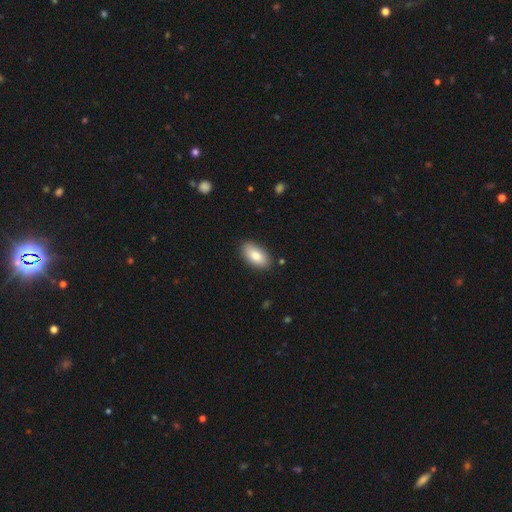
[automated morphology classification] The model was most divided on "merging": none: 86%, minor disturbance: 10%, major disturbance: 2%, merger: 1%. More confident: how rounded — in between (93%); smooth or featured — smooth (85%).